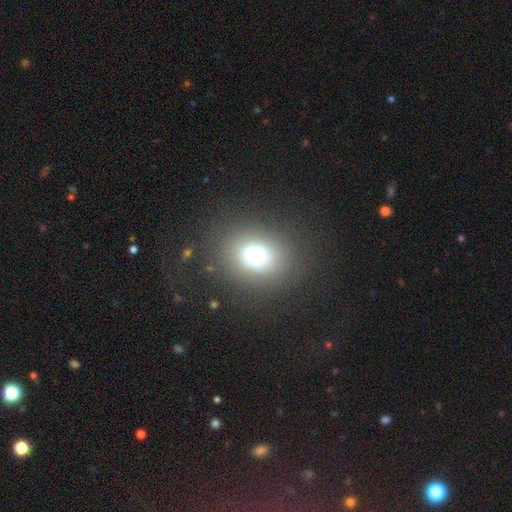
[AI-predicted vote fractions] Smooth or featured? smooth (65%)
How rounded? round (59%)
Merging? none (75%)